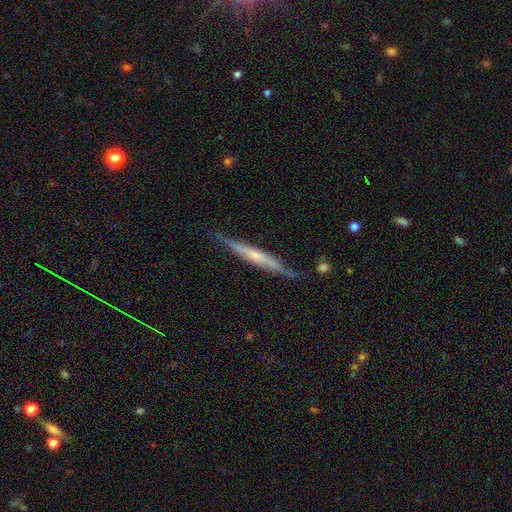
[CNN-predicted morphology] A featured or disk galaxy (62%) viewed edge-on (95%) with no central bulge (50%).

Vote fractions:
- Smooth or featured? featured or disk: 62% / smooth: 33% / star or artifact: 6%
- Edge-on disk? yes: 95% / no: 5%
- Edge-on bulge? none: 50% / rounded: 36% / boxy: 13%
- Merging? none: 79% / minor disturbance: 16% / major disturbance: 3% / merger: 2%